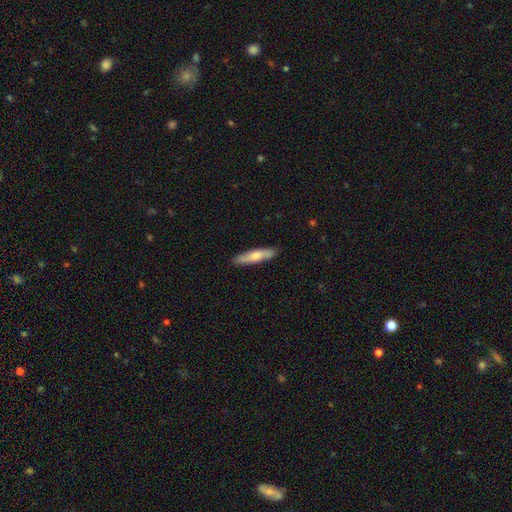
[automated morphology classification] Smooth or featured? Predicted: smooth (p=0.70). How rounded? Predicted: cigar-shaped (p=0.81). Merging? Predicted: none (p=0.88).